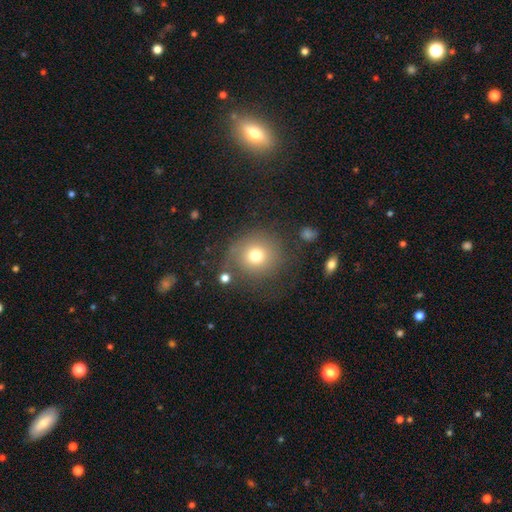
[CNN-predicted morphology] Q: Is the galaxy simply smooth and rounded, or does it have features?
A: smooth — 72%.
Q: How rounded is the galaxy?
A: round — 91%.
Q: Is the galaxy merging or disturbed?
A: none — 73%.